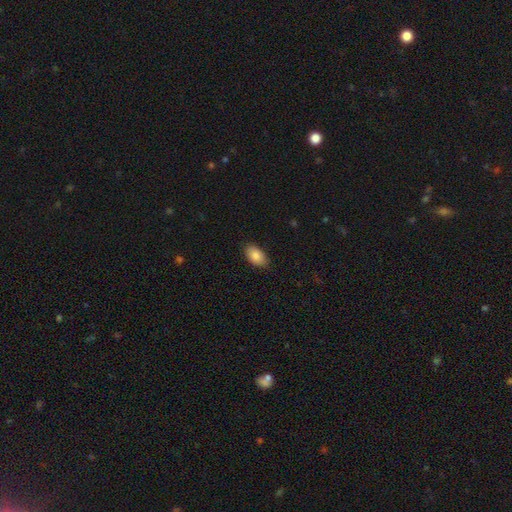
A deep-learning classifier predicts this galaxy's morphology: smooth-or-featured: smooth: 87% | star or artifact: 7% | featured or disk: 6%
  how-rounded: in between: 93% | round: 5% | cigar-shaped: 2%
  merging: none: 85% | minor disturbance: 11% | major disturbance: 2% | merger: 1%